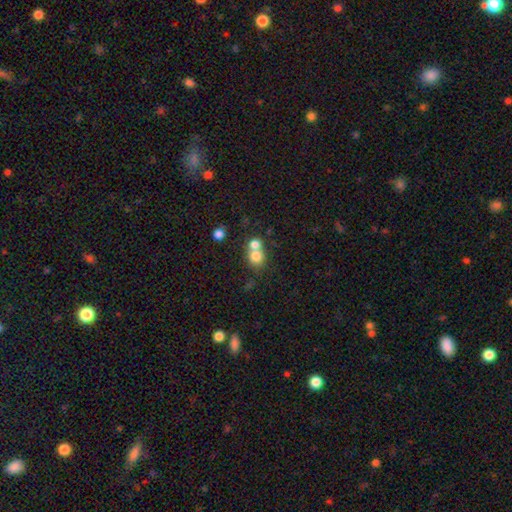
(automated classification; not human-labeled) A smooth galaxy with no disk features (77%) that is round (78%). Merging: merger (57%).